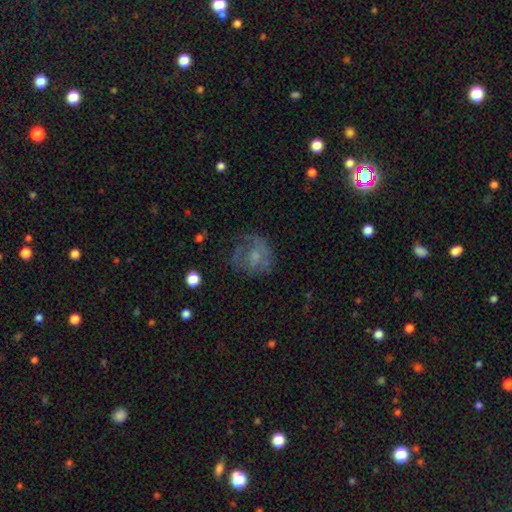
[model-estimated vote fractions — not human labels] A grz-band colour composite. It shows a featured or disk galaxy (45%). Merging: none (49%).